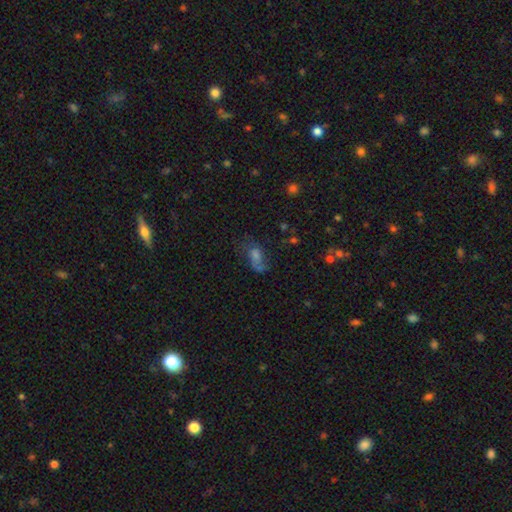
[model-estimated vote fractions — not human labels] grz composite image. It shows a smooth galaxy with no disk features (44%). Merging: none (41%).